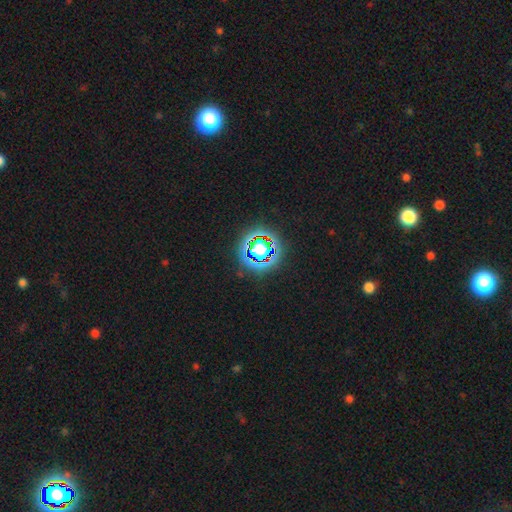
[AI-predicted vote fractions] Smooth or featured?
  - star or artifact: 82% *
  - smooth: 12%
  - featured or disk: 6%